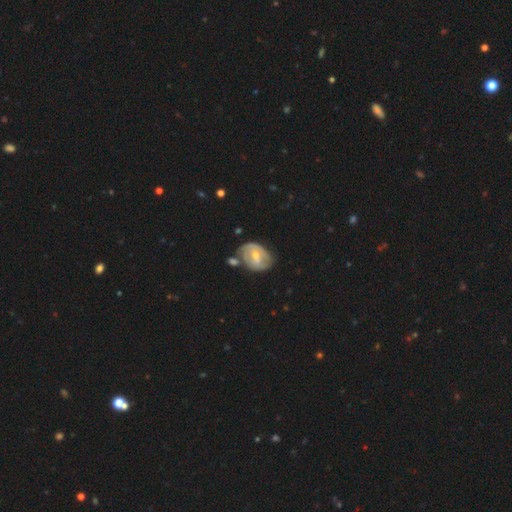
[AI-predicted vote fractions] The model was most divided on "bulge size": moderate: 52%, small: 44%, large: 2%, none: 1%, dominant: 1%. Remaining: edge-on disk — no (96%); smooth or featured — featured or disk (63%); spiral arms — yes (62%); bar — weak (48%); merging — none (48%).